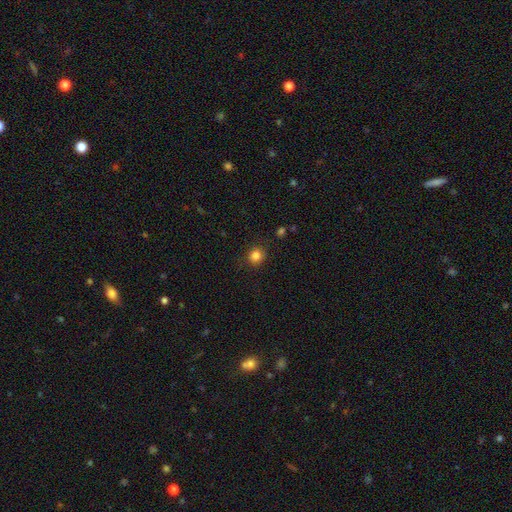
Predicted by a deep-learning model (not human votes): smooth_or_featured: smooth (p=0.83) [alt: star or artifact p=0.12]
how_rounded: round (p=0.88) [alt: in between p=0.11]
merging: none (p=0.89) [alt: minor disturbance p=0.08]